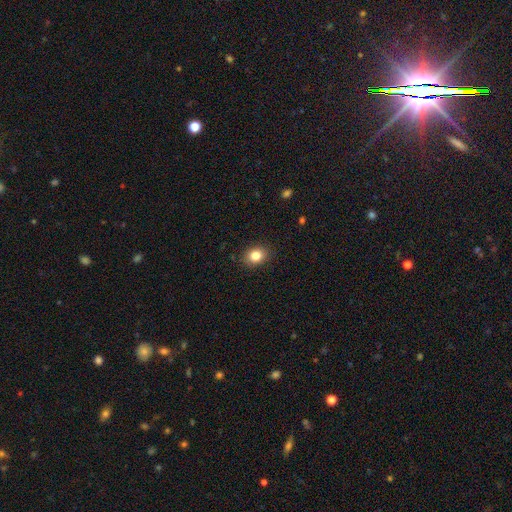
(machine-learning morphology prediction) Smooth or featured: smooth — 84% (star or artifact — 10%)
How rounded: in between — 54% (round — 45%)
Merging: none — 89% (minor disturbance — 8%)